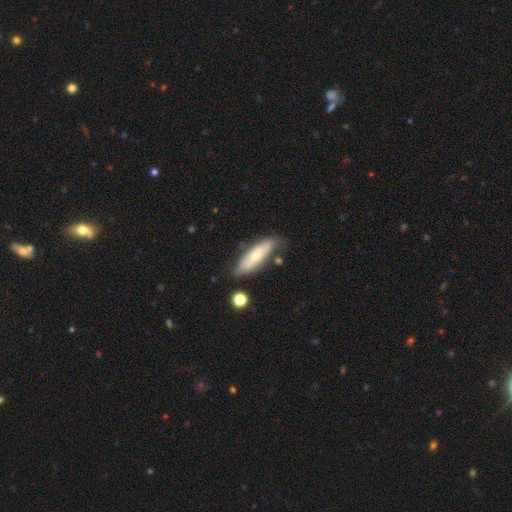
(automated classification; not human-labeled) smooth 51%, featured or disk 43%, star or artifact 6%. Down the decision tree: how rounded — cigar-shaped (49%); merging — none (68%).